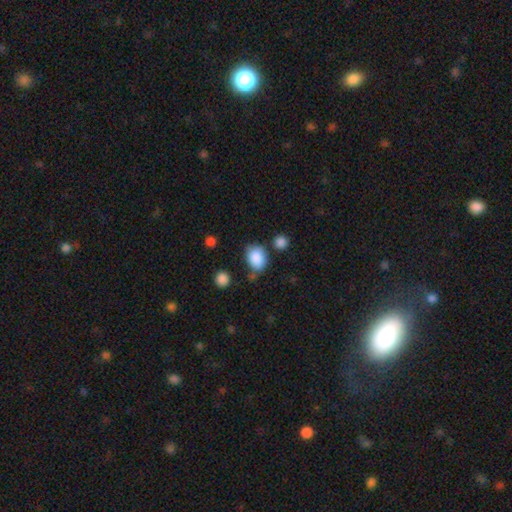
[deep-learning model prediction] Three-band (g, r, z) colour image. It shows a smooth galaxy with no disk features (86%) that is in between round and cigar-shaped (60%). Merging: none (59%).